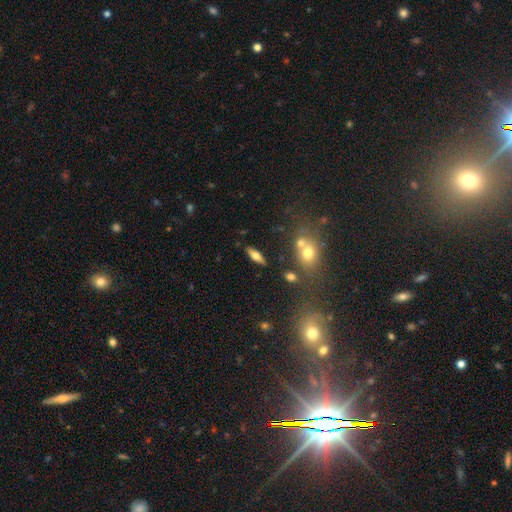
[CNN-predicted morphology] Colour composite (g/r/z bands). It shows a smooth galaxy with no disk features (49%). Merging: none (83%).